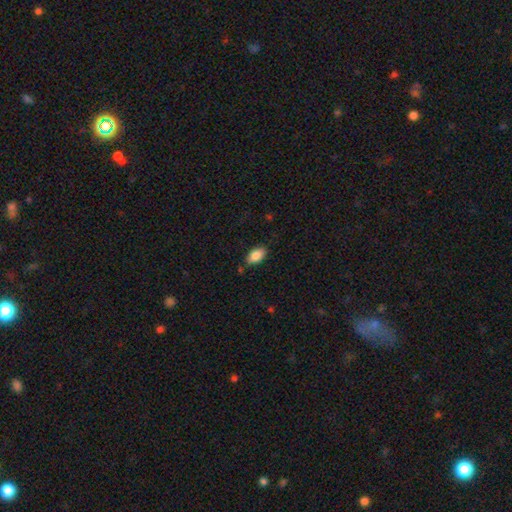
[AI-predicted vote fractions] Smooth or featured? smooth (86%)
How rounded? in between (93%)
Merging? none (81%)